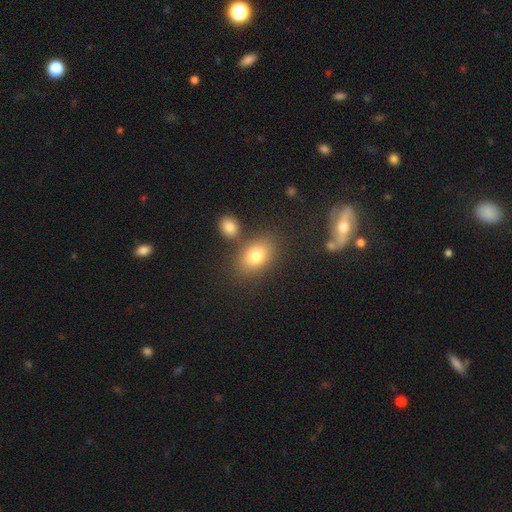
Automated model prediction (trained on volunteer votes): Overall: smooth (78%). How rounded: in between (75%). Merging: none (73%).